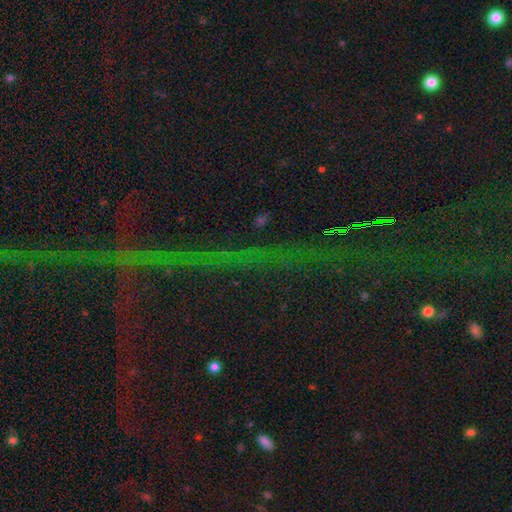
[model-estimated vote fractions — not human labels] Morphology: type=star or artifact (77%).